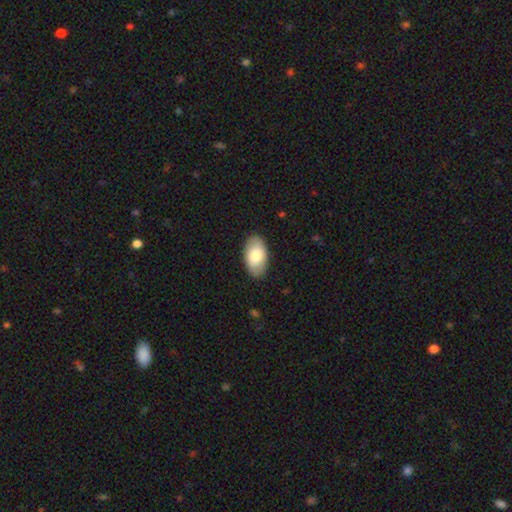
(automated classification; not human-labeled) smooth 79%, featured or disk 16%, star or artifact 6%. Down the decision tree: how rounded — in between (95%); merging — none (87%).